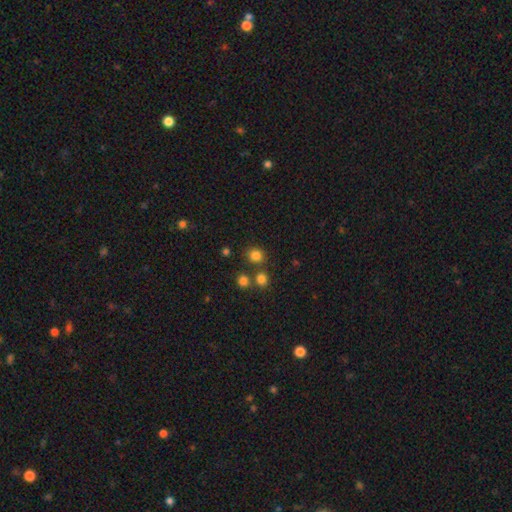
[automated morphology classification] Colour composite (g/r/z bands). It shows a smooth galaxy with no disk features (80%) that is round (84%). Merging: none (76%).